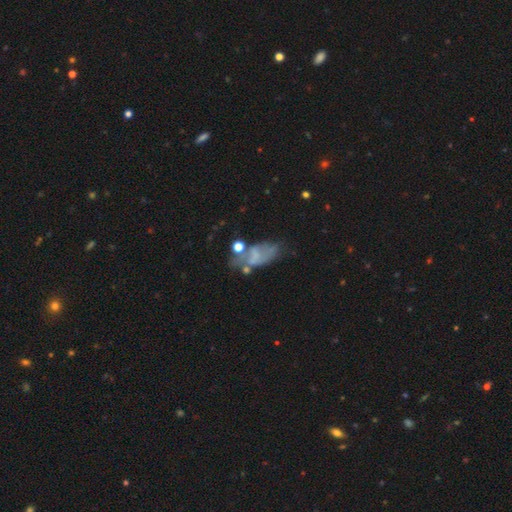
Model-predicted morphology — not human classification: A featured or disk galaxy (45%).

Vote fractions:
- Smooth or featured? featured or disk: 45% / smooth: 40% / star or artifact: 15%
- Merging? none: 35% / major disturbance: 27% / minor disturbance: 25% / merger: 13%